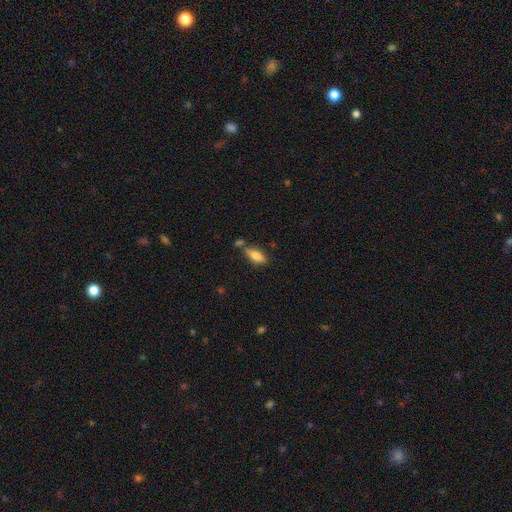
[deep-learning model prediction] Smooth or featured: smooth — 75% (featured or disk — 18%)
How rounded: in between — 66% (cigar-shaped — 31%)
Merging: none — 66% (minor disturbance — 16%)